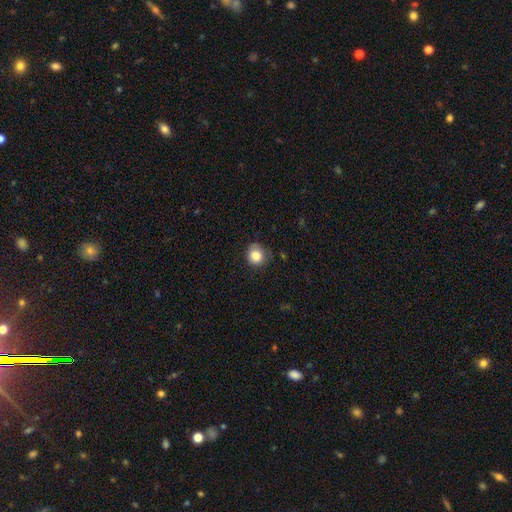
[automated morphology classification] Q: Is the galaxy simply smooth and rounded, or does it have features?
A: smooth — 84%.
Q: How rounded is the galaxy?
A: round — 88%.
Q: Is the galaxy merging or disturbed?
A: none — 68%.